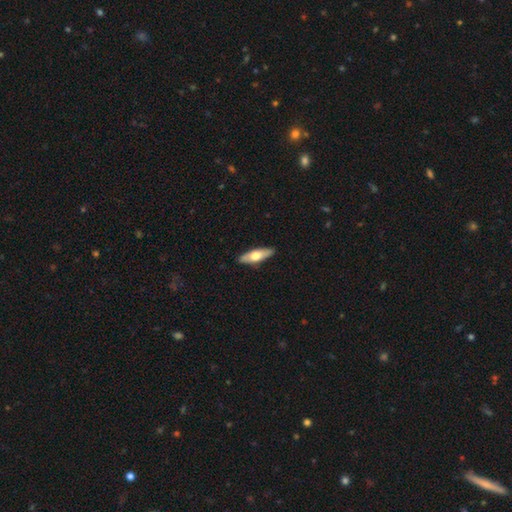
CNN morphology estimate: Smooth or featured: smooth — 54% (featured or disk — 41%)
How rounded: cigar-shaped — 49% (tied with in between — 49%)
Merging: none — 89% (minor disturbance — 8%)